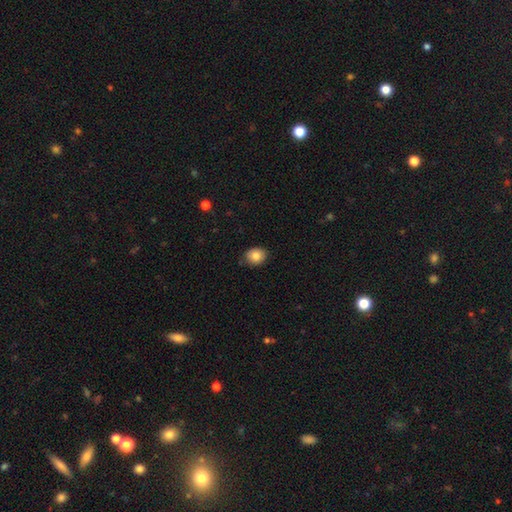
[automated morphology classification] Smooth or featured?
  - smooth: 83% *
  - star or artifact: 9%
  - featured or disk: 8%
How rounded?
  - round: 57% *
  - in between: 42%
  - cigar-shaped: 1%
Merging?
  - none: 85% *
  - minor disturbance: 12%
  - major disturbance: 2%
  - merger: 1%